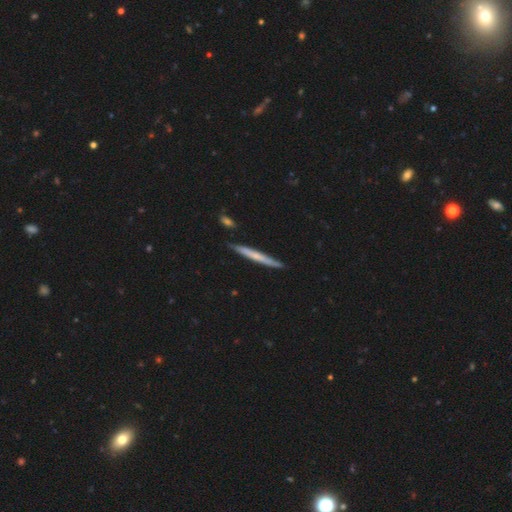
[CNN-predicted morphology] smooth 49%, featured or disk 45%, star or artifact 6%. Down the decision tree: merging — none (85%).